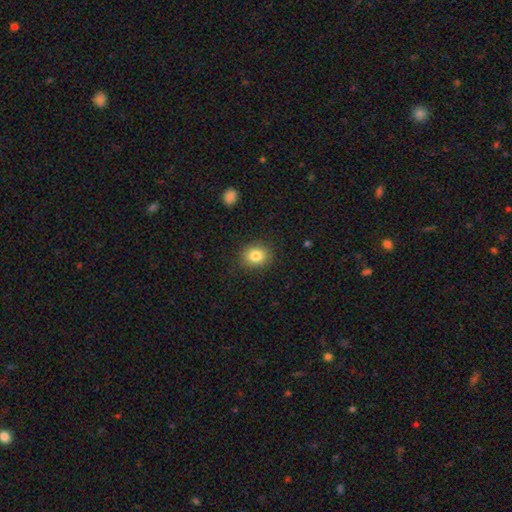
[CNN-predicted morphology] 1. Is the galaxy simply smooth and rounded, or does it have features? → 82% smooth, 10% star or artifact, 8% featured or disk.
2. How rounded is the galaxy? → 64% round, 35% in between, 1% cigar-shaped.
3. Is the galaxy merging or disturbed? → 87% none, 9% minor disturbance, 3% major disturbance, 1% merger.